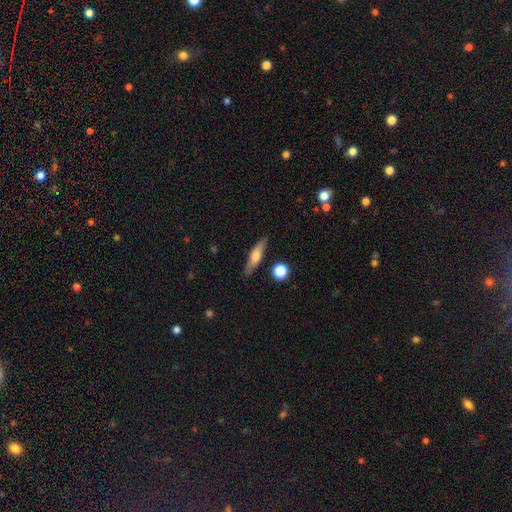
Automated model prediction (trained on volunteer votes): Smooth or featured: smooth — 58% (featured or disk — 35%)
How rounded: cigar-shaped — 72% (in between — 24%)
Merging: none — 83% (minor disturbance — 11%)